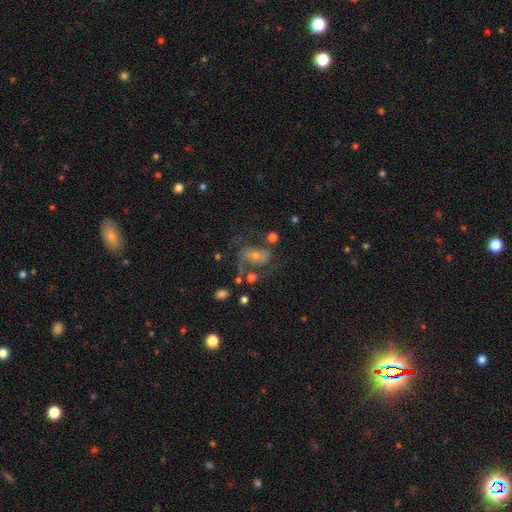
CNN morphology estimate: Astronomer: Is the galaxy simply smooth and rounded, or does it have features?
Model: featured or disk — 71%.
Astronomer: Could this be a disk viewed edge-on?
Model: no — 97%.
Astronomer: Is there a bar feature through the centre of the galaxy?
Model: no — 51% (runner-up: weak, 33%).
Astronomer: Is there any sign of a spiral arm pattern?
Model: yes — 85%.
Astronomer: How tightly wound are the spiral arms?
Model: medium — 49% (runner-up: loose, 31%).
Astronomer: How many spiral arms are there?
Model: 2 — 73%.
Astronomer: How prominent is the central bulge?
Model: small — 57% (runner-up: moderate, 35%).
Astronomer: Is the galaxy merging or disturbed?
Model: none — 50%.